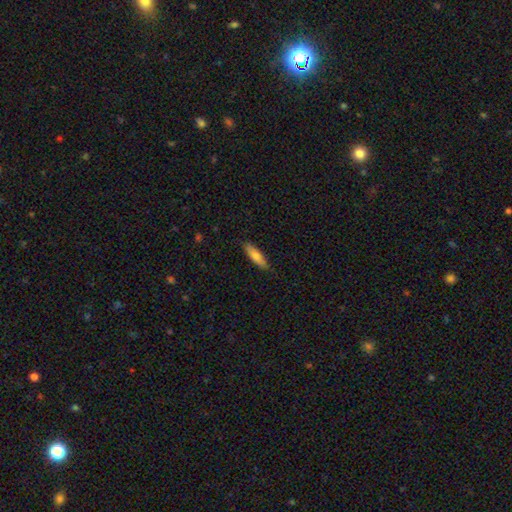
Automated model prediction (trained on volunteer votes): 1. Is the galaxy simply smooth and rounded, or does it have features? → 72% smooth, 22% featured or disk, 6% star or artifact.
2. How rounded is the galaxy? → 66% cigar-shaped, 32% in between, 2% round.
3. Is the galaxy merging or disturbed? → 87% none, 10% minor disturbance, 2% major disturbance, 1% merger.